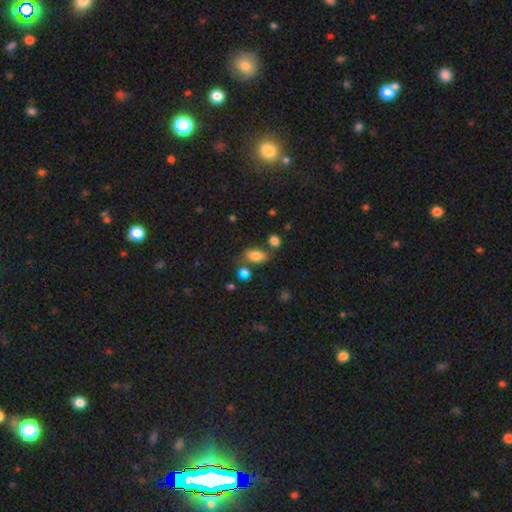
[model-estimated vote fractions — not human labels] Smooth or featured? Predicted: smooth (p=0.81). How rounded? Predicted: in between (p=0.89). Merging? Predicted: none (p=0.65).